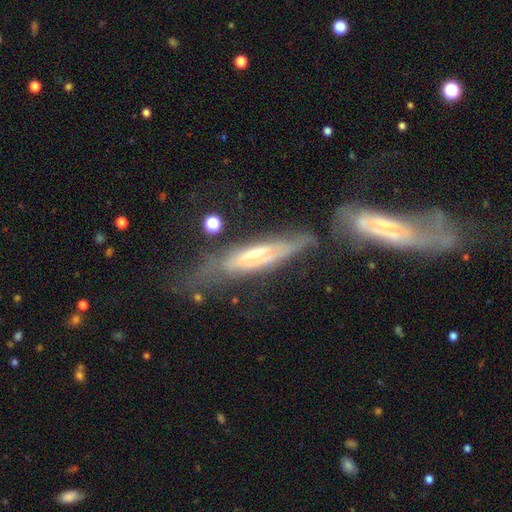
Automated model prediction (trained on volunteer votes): featured or disk 69%, smooth 24%, star or artifact 7%. Down the decision tree: edge-on disk — yes (73%); edge-on bulge — rounded (44%); merging — none (45%).